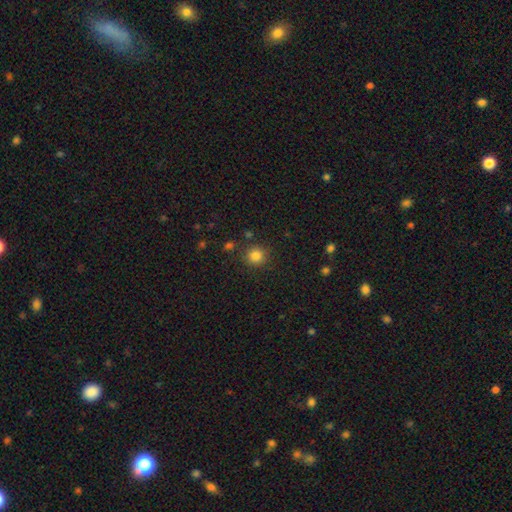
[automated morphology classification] Q: Smooth or featured?
A: smooth (84%); runner-up: star or artifact (12%)
Q: How rounded?
A: round (92%); runner-up: in between (7%)
Q: Merging?
A: none (86%); runner-up: minor disturbance (8%)